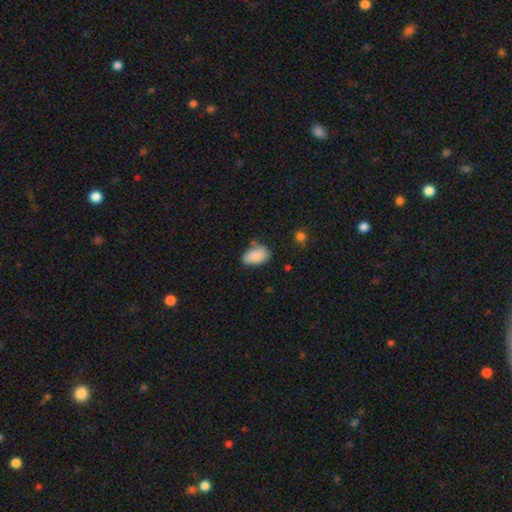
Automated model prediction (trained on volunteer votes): This appears to be a smooth galaxy with no disk features (87%) that is in between round and cigar-shaped (91%). Merging: none (61%).